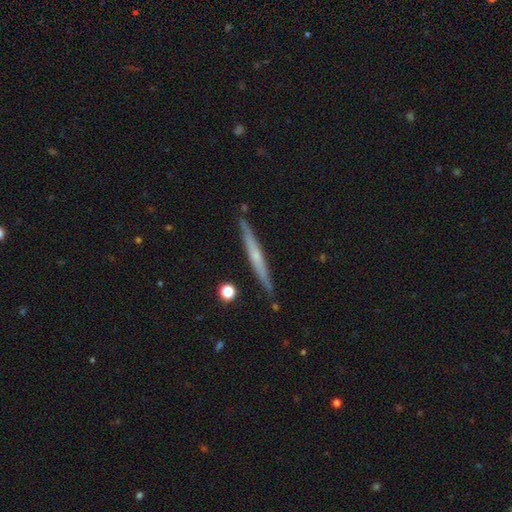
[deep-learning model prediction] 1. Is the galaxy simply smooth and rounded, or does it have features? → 60% featured or disk, 34% smooth, 6% star or artifact.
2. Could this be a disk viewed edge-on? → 97% yes, 3% no.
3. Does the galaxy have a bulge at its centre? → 54% none, 42% rounded, 5% boxy.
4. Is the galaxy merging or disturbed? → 87% none, 10% minor disturbance, 2% merger, 2% major disturbance.